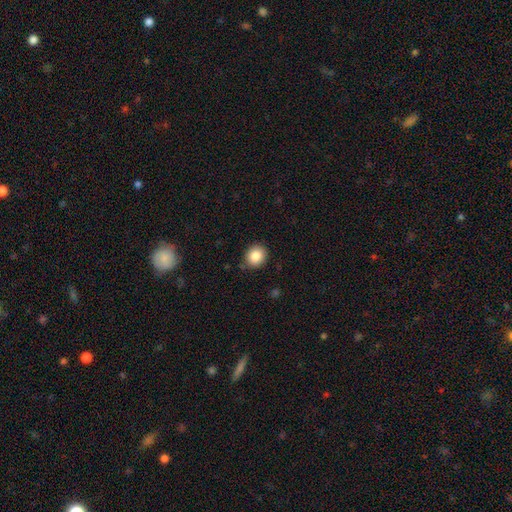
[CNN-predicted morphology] This is clearly a smooth galaxy (86%). How rounded: likely round (79%). Merging: clearly none (85%).